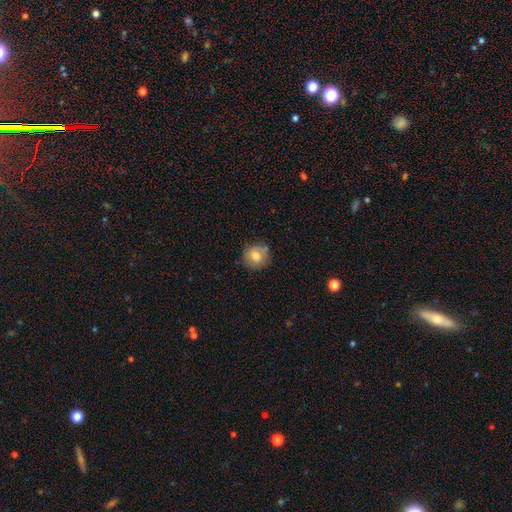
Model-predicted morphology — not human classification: type=smooth (68%); roundness=round (87%); merging=none (76%).